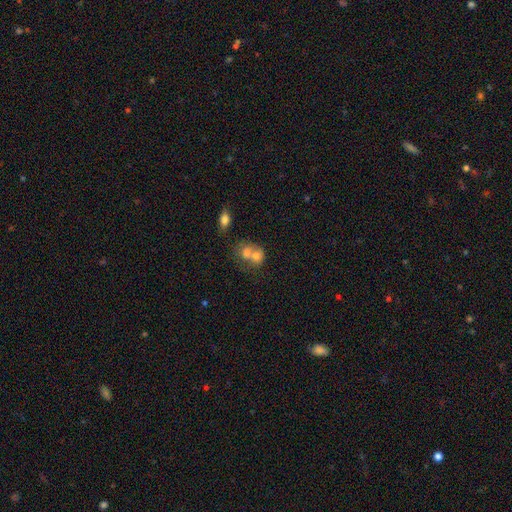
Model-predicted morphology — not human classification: Q: Smooth or featured?
A: smooth (67%); runner-up: featured or disk (24%)
Q: How rounded?
A: round (56%); runner-up: in between (43%)
Q: Merging?
A: merger (71%); runner-up: none (19%)